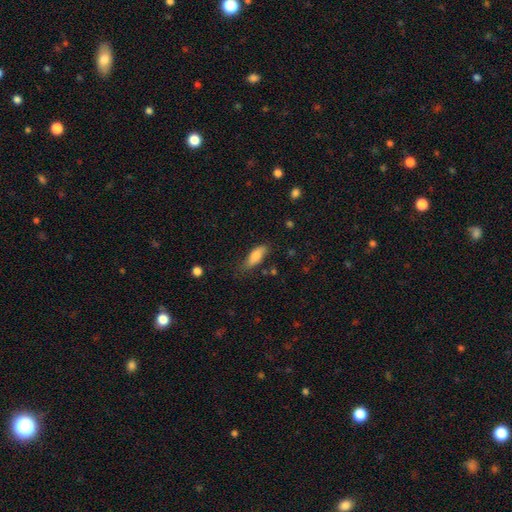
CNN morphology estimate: This is likely a smooth galaxy (80%). How rounded: likely in between (72%). Merging: likely none (70%).